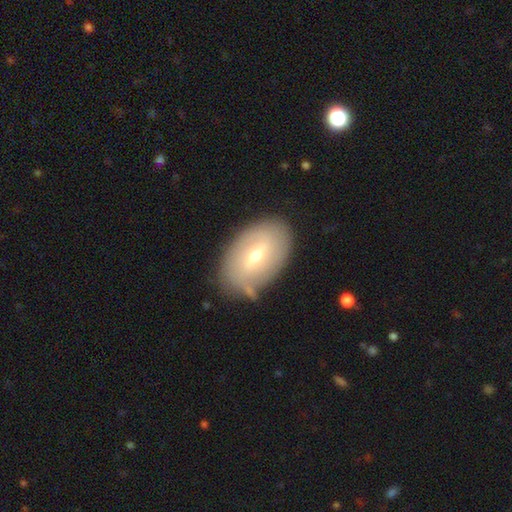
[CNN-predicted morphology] This is possibly a featured or disk galaxy (48%). Merging: likely none (74%).